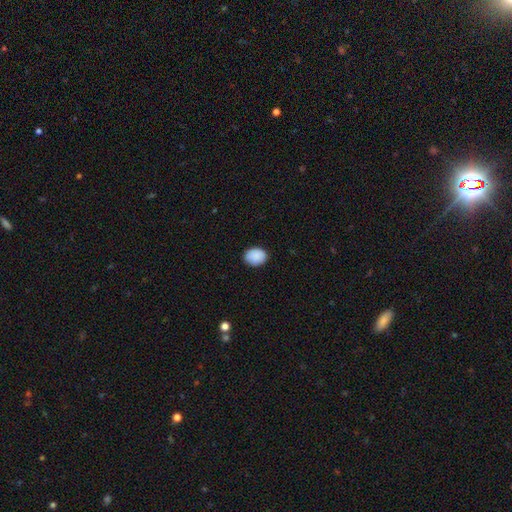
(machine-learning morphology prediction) This is clearly a smooth galaxy (90%). How rounded: likely in between (61%). Merging: clearly none (87%).